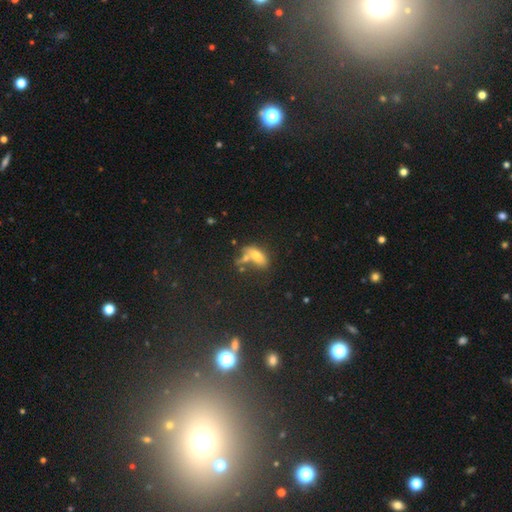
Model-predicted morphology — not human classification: type=smooth (66%); roundness=in between (82%); merging=none (35%).